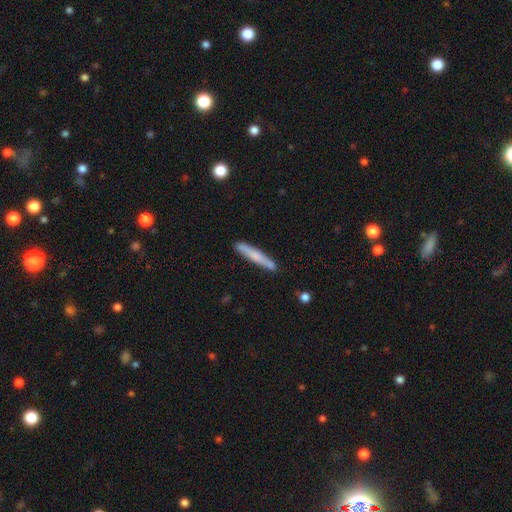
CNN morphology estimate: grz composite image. It shows a smooth galaxy with no disk features (63%) that is cigar-shaped (94%). Merging: none (84%).